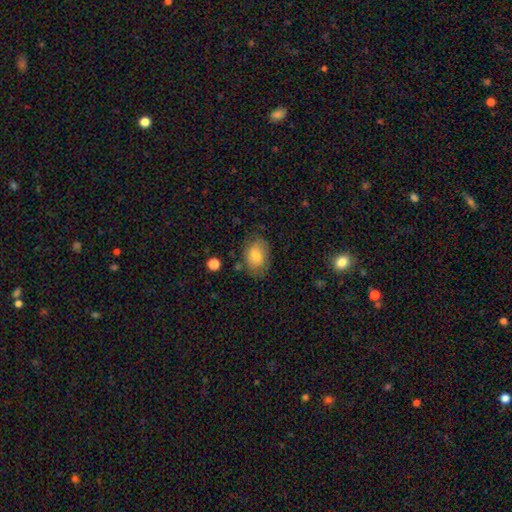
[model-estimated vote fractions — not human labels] A smooth galaxy with no disk features (73%) that is in between round and cigar-shaped (77%).

Vote fractions:
- Smooth or featured? smooth: 73% / featured or disk: 18% / star or artifact: 8%
- How rounded? in between: 77% / round: 22% / cigar-shaped: 1%
- Merging? none: 72% / minor disturbance: 20% / major disturbance: 6% / merger: 2%